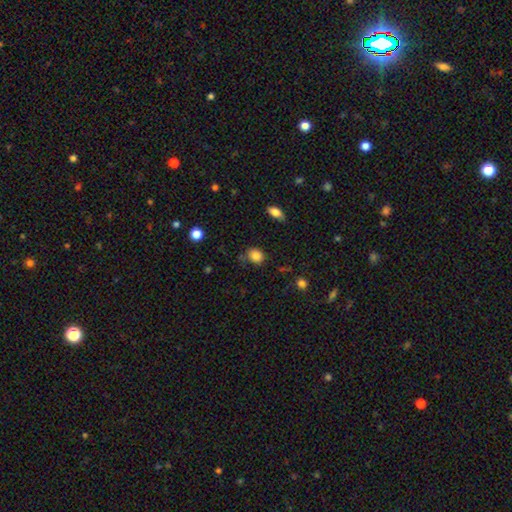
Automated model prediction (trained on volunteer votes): This appears to be a smooth galaxy with no disk features (84%) that is round (64%). Merging: none (74%).